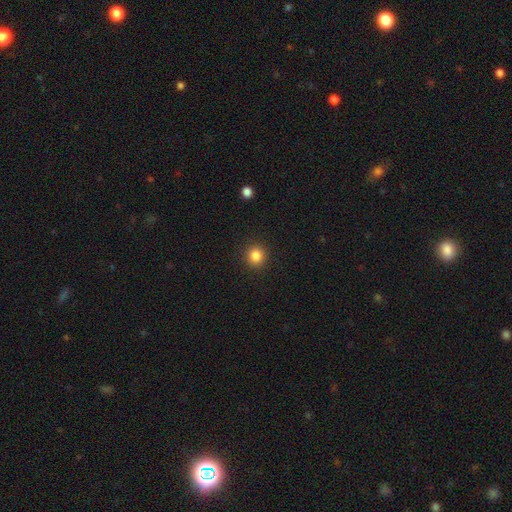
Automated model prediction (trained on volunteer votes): Morphology: type=smooth (84%); roundness=round (92%); merging=none (92%).